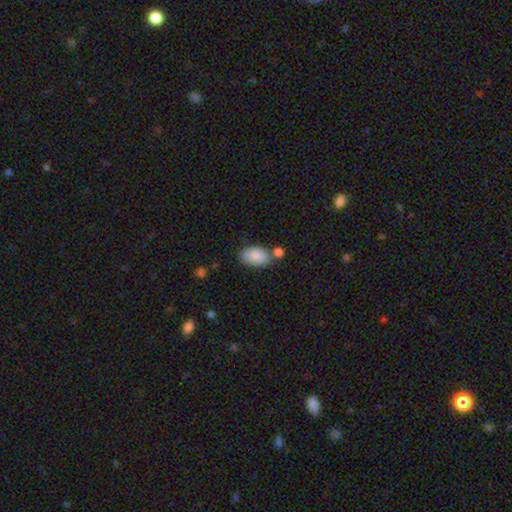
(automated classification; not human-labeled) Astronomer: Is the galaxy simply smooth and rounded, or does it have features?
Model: smooth — 87%.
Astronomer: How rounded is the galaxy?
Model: in between — 92%.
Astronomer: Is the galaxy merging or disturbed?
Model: none — 62%.